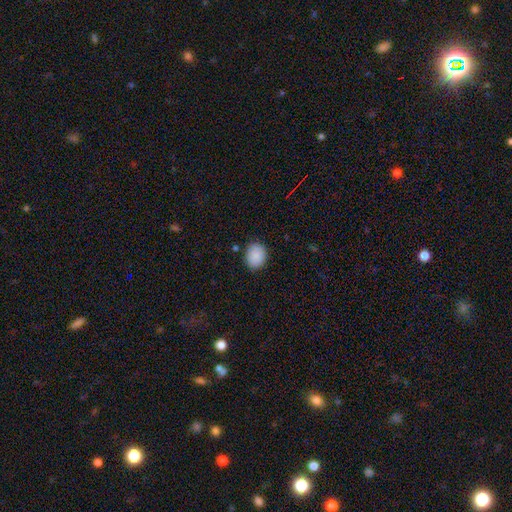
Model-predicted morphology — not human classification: The model was most divided on "how rounded": round: 53%, in between: 46%, cigar-shaped: 1%. More confident: smooth or featured — smooth (89%); merging — none (86%).